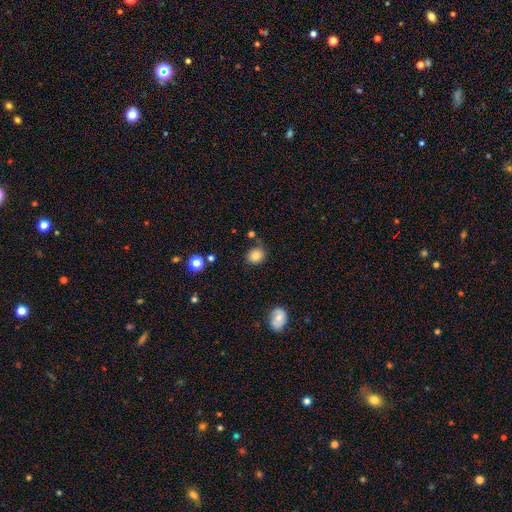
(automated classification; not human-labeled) Smooth or featured: smooth — 82% (star or artifact — 11%)
How rounded: round — 76% (in between — 23%)
Merging: none — 71% (minor disturbance — 18%)